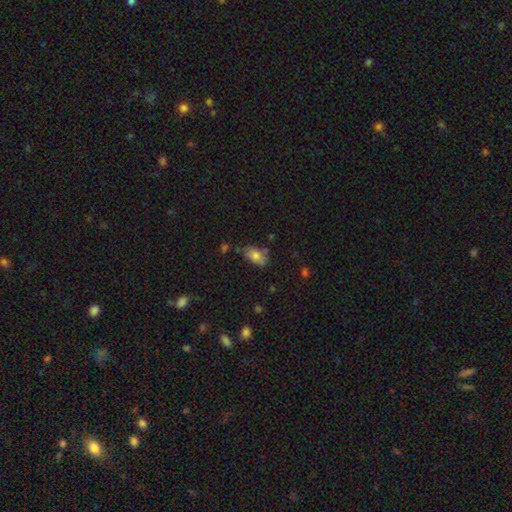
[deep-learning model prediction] Smooth or featured?
  - smooth: 76% *
  - featured or disk: 15%
  - star or artifact: 10%
How rounded?
  - in between: 89% *
  - round: 8%
  - cigar-shaped: 3%
Merging?
  - none: 62% *
  - minor disturbance: 25%
  - merger: 7%
  - major disturbance: 6%